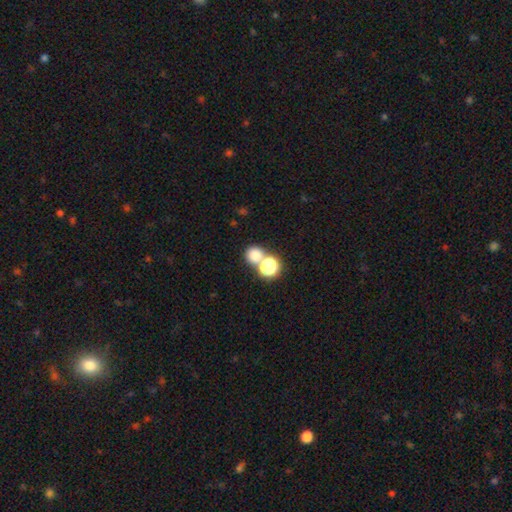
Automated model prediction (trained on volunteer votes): Q: Smooth or featured?
A: smooth (74%); runner-up: star or artifact (18%)
Q: How rounded?
A: round (87%); runner-up: in between (12%)
Q: Merging?
A: none (52%); runner-up: merger (38%)